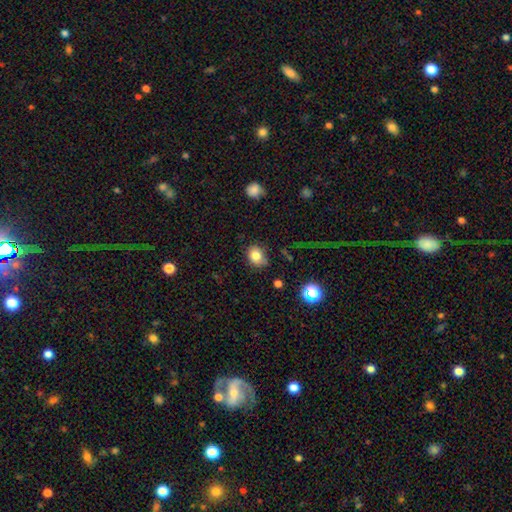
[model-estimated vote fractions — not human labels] A smooth galaxy with no disk features (81%) that is round (50%).

Vote fractions:
- Smooth or featured? smooth: 81% / star or artifact: 11% / featured or disk: 8%
- How rounded? round: 50% / in between: 49% / cigar-shaped: 1%
- Merging? none: 72% / minor disturbance: 21% / major disturbance: 4% / merger: 2%